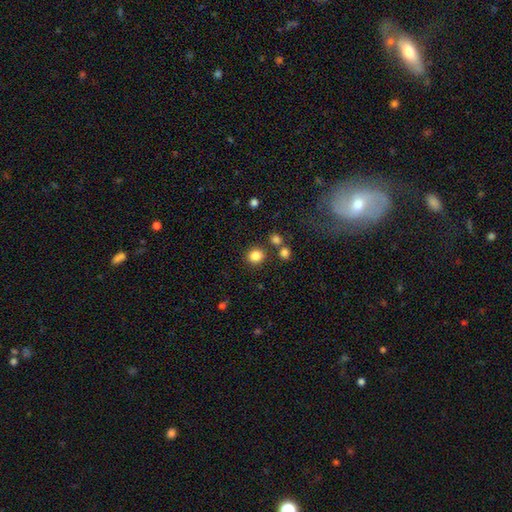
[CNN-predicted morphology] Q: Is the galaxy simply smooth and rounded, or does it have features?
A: smooth — 84%.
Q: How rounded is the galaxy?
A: round — 83%.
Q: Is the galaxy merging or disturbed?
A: none — 82%.